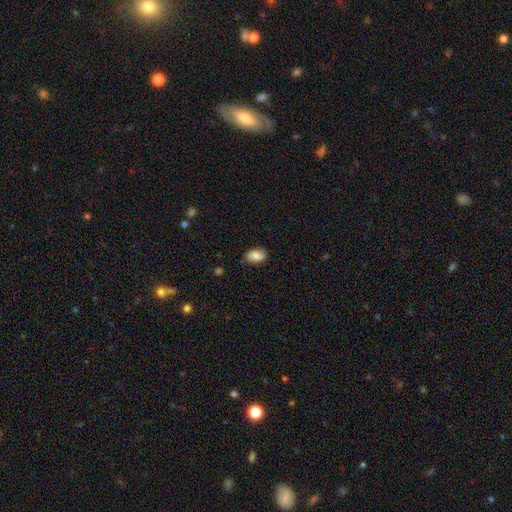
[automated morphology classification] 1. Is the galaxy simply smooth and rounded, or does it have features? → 84% smooth, 9% featured or disk, 8% star or artifact.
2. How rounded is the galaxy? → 85% in between, 13% round, 1% cigar-shaped.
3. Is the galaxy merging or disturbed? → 79% none, 17% minor disturbance, 3% major disturbance, 1% merger.